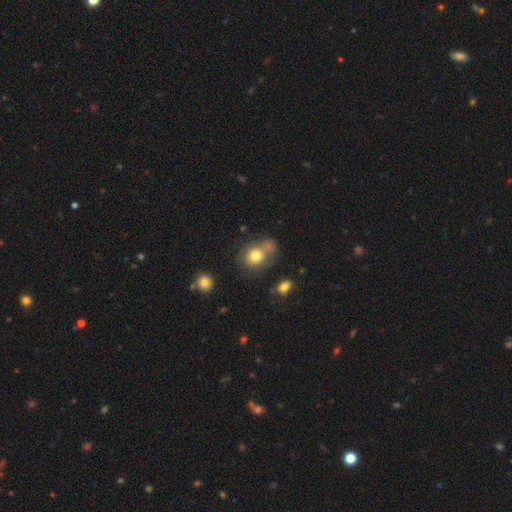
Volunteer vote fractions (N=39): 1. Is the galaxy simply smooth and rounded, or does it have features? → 77% smooth, 15% featured or disk, 8% star or artifact.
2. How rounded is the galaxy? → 80% round, 20% in between, 0% cigar-shaped.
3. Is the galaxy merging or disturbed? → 53% none, 31% merger, 11% minor disturbance, 6% major disturbance.